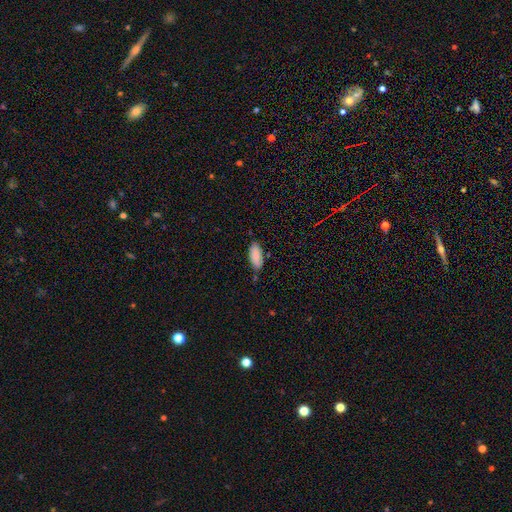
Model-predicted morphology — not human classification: Q: Smooth or featured?
A: smooth (86%); runner-up: featured or disk (8%)
Q: How rounded?
A: in between (85%); runner-up: cigar-shaped (13%)
Q: Merging?
A: none (78%); runner-up: minor disturbance (16%)